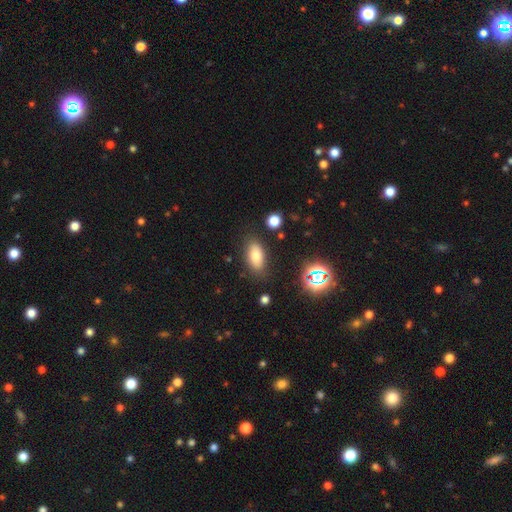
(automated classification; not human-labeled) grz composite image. It shows a smooth galaxy with no disk features (76%) that is in between round and cigar-shaped (88%). Merging: none (81%).